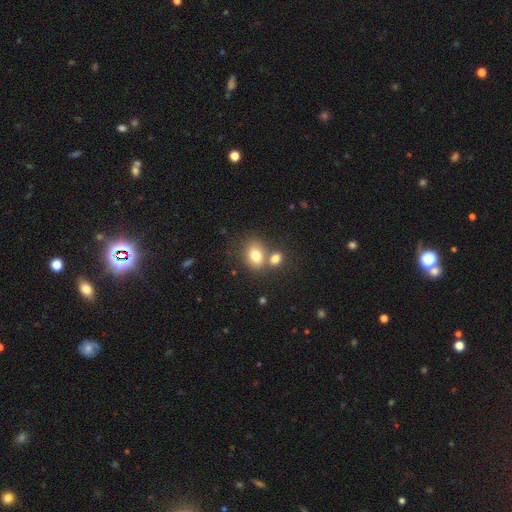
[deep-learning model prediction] smooth-or-featured: smooth: 78% | featured or disk: 12% | star or artifact: 10%
  how-rounded: in between: 63% | round: 36% | cigar-shaped: 1%
  merging: none: 46% | merger: 40% | minor disturbance: 10% | major disturbance: 4%